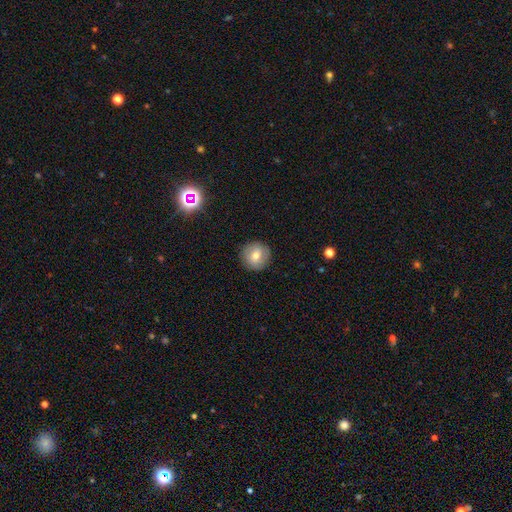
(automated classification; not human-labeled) Q: Smooth or featured?
A: smooth (68%); runner-up: featured or disk (23%)
Q: How rounded?
A: round (94%); runner-up: in between (5%)
Q: Merging?
A: none (89%); runner-up: minor disturbance (8%)